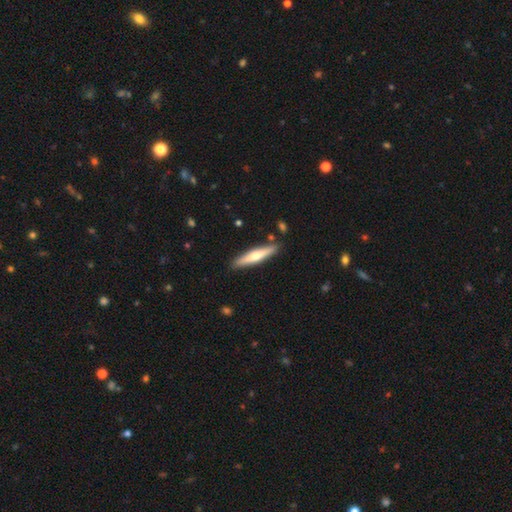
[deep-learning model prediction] Smooth or featured? Predicted: smooth (p=0.49). Merging? Predicted: none (p=0.87).